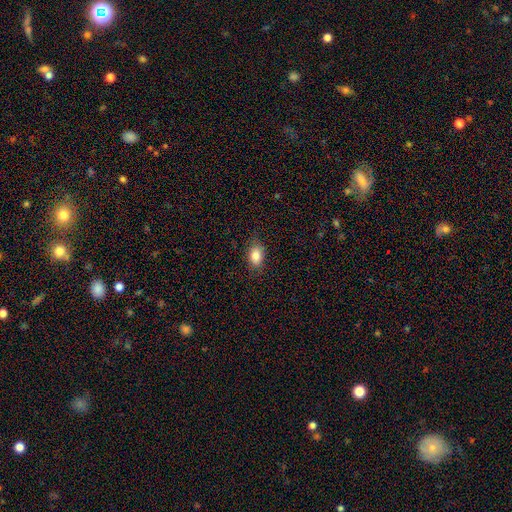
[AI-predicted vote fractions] smooth 83%, star or artifact 9%, featured or disk 8%. Down the decision tree: how rounded — in between (81%); merging — none (79%).